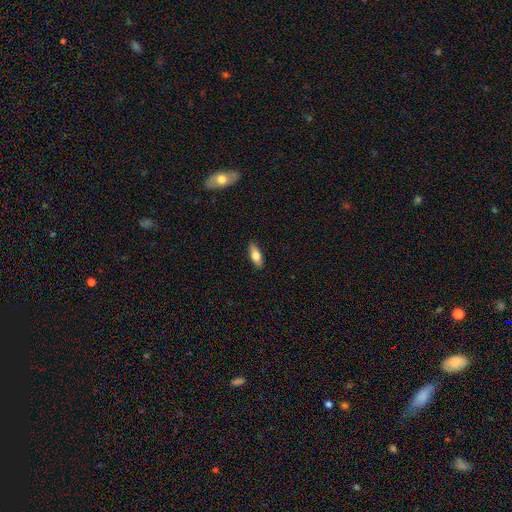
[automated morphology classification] This appears to be a smooth galaxy with no disk features (71%) that is in between round and cigar-shaped (74%). Merging: none (89%).